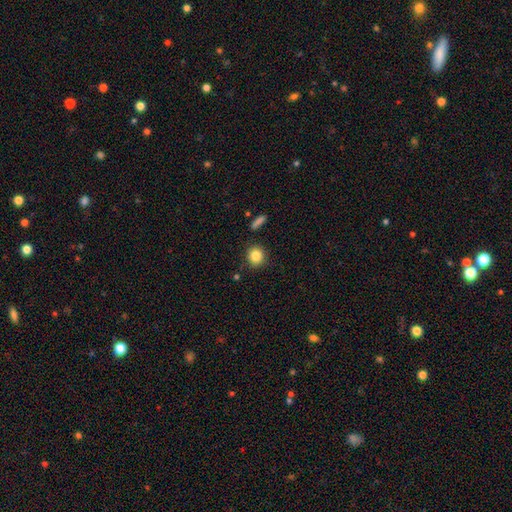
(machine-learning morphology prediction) Smooth or featured: smooth — 85% (star or artifact — 9%)
How rounded: round — 86% (in between — 12%)
Merging: none — 87% (minor disturbance — 8%)